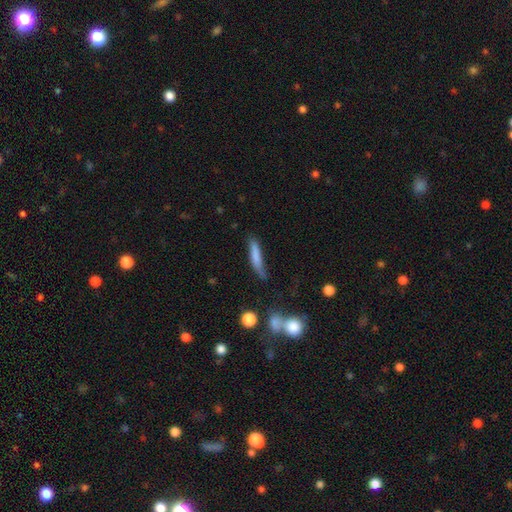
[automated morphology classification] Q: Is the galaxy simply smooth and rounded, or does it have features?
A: smooth — 73%.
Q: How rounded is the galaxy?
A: cigar-shaped — 87%.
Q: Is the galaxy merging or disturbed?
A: none — 59%.